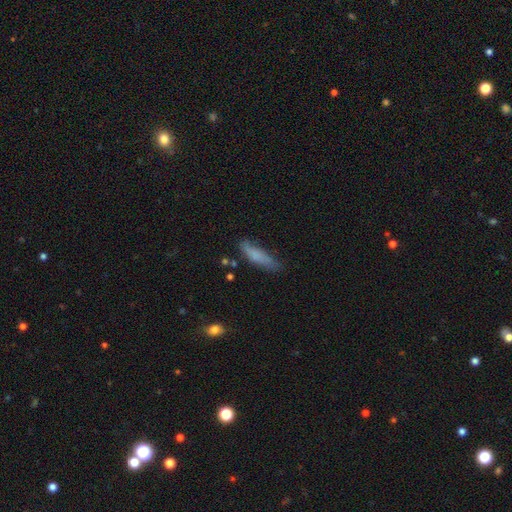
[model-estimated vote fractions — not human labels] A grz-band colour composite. It shows a smooth galaxy with no disk features (67%) that is cigar-shaped (74%). Merging: none (68%).